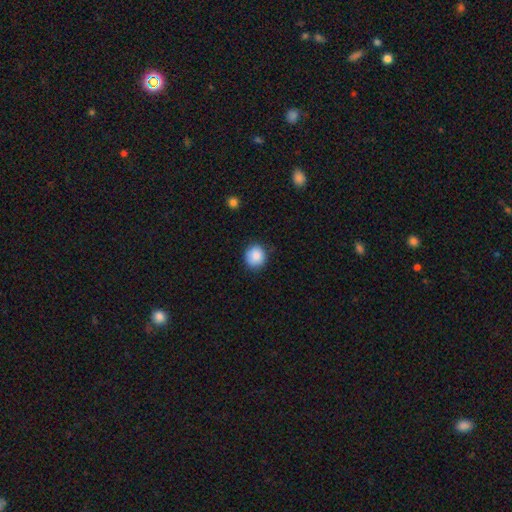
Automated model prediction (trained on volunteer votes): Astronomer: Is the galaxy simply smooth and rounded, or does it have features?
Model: smooth — 86%.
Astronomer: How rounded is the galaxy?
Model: round — 85%.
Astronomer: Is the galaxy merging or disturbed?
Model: none — 85%.